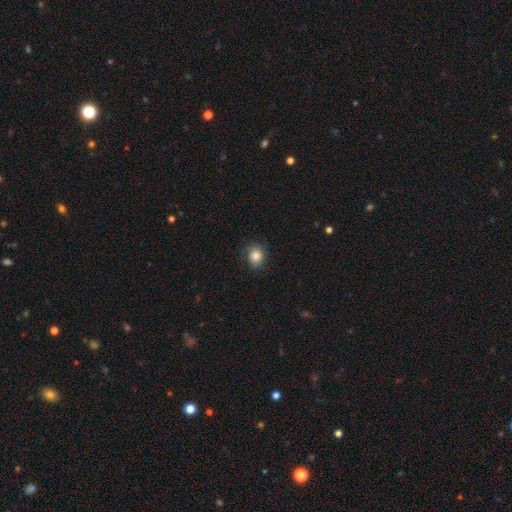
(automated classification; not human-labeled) smooth_or_featured: smooth (p=0.84) [alt: star or artifact p=0.10]
how_rounded: round (p=0.71) [alt: in between p=0.28]
merging: none (p=0.78) [alt: minor disturbance p=0.17]